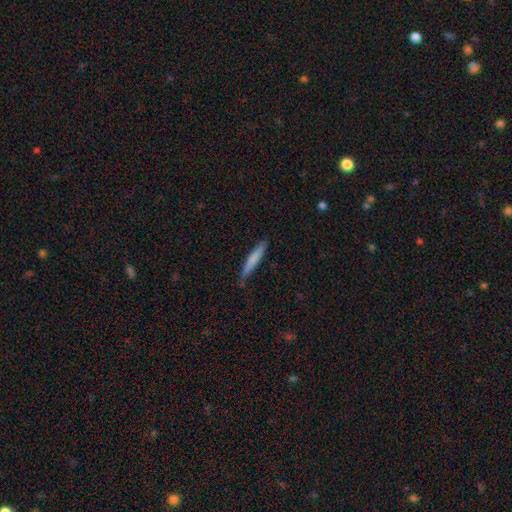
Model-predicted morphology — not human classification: Smooth or featured? smooth (59%)
How rounded? cigar-shaped (95%)
Merging? none (83%)